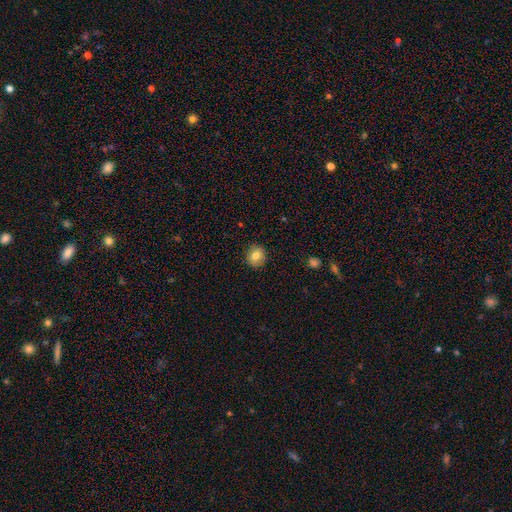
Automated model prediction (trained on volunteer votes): smooth 81%, featured or disk 9%, star or artifact 9%. Down the decision tree: how rounded — round (76%); merging — none (89%).